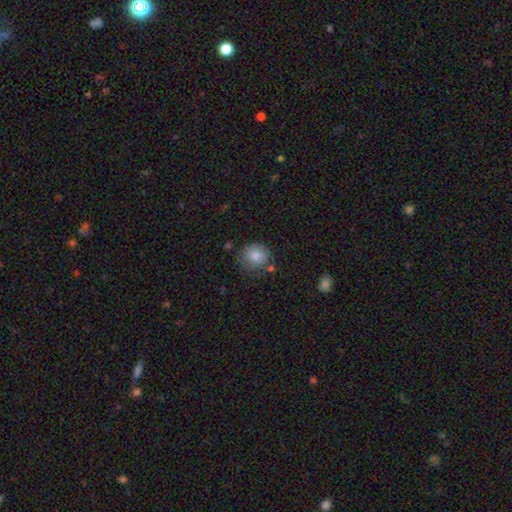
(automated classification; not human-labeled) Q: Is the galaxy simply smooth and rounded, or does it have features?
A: smooth — 80%.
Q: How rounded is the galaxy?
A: round — 84%.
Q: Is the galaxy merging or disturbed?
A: none — 66%.